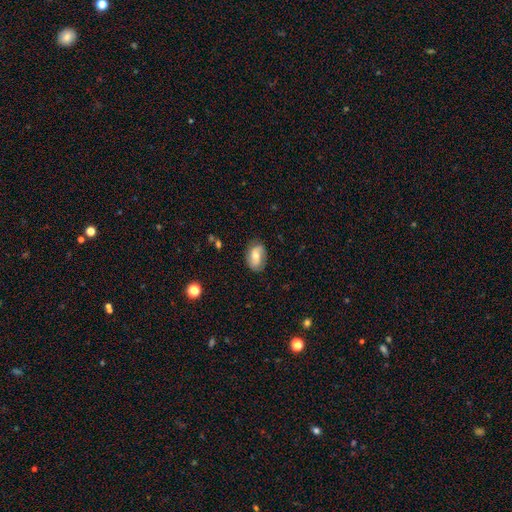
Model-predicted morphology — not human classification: This is possibly a featured or disk galaxy (47%). Merging: likely none (74%).